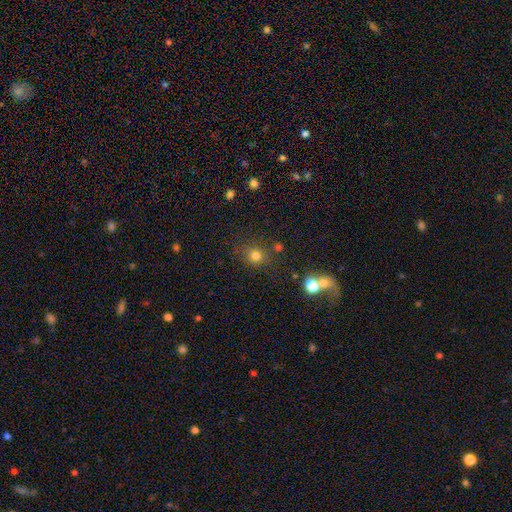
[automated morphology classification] Smooth or featured?
  - smooth: 79% *
  - star or artifact: 15%
  - featured or disk: 6%
How rounded?
  - round: 81% *
  - in between: 18%
  - cigar-shaped: 1%
Merging?
  - none: 78% *
  - minor disturbance: 11%
  - merger: 7%
  - major disturbance: 5%